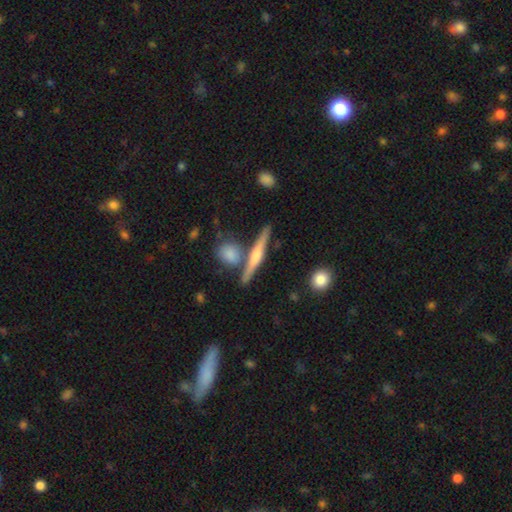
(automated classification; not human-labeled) A featured or disk galaxy (66%) viewed edge-on (97%) with a rounded central bulge (75%). Merging: none (78%).